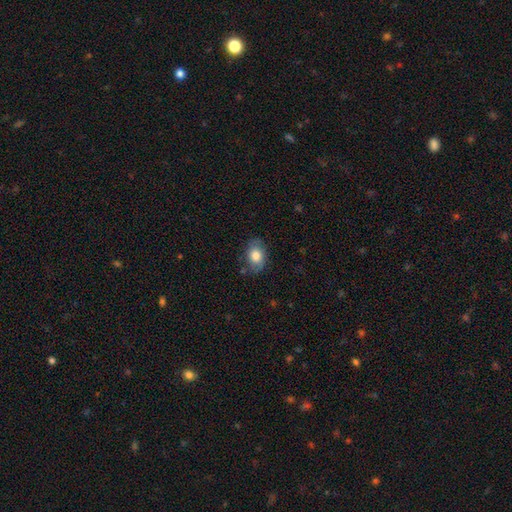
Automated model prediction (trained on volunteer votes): A smooth galaxy with no disk features (67%) that is in between round and cigar-shaped (80%).

Vote fractions:
- Smooth or featured? smooth: 67% / featured or disk: 25% / star or artifact: 8%
- How rounded? in between: 80% / round: 19% / cigar-shaped: 1%
- Merging? none: 74% / minor disturbance: 19% / major disturbance: 5% / merger: 2%